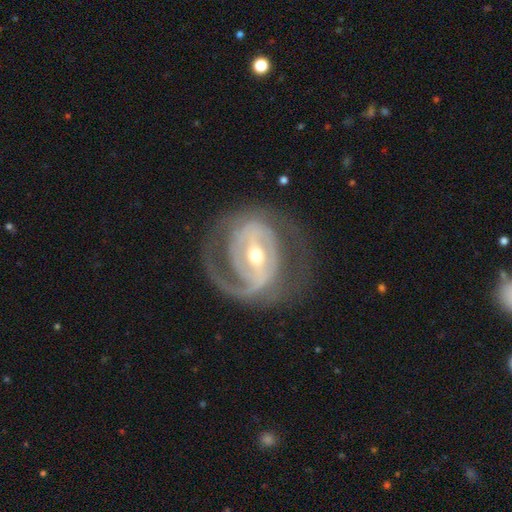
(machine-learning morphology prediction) Smooth or featured? featured or disk (87%)
Edge-on disk? no (97%)
Bar? strong (42%)
Spiral arms? yes (91%)
Spiral winding? tight (44%)
Spiral arm count? 2 (45%)
Bulge size? moderate (57%)
Merging? none (60%)